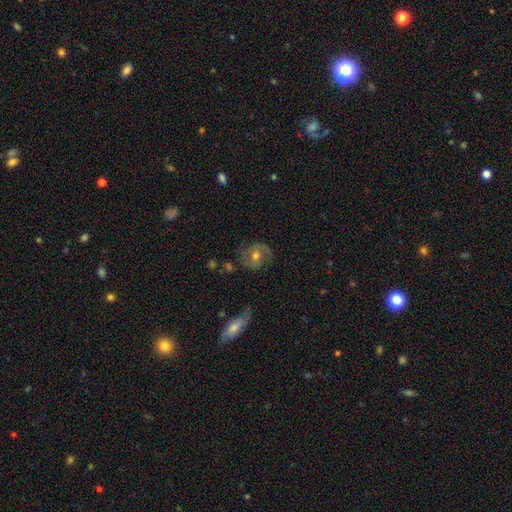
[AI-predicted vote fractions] This is likely a featured or disk galaxy (73%). It is clearly not viewed edge-on (96%). Bar: possibly no (54%). Spiral arm pattern: clearly yes (89%). Spiral arm count: clearly 2 (84%). Spiral winding: possibly medium (45%). Central bulge: likely moderate (69%). Merging: likely none (77%).